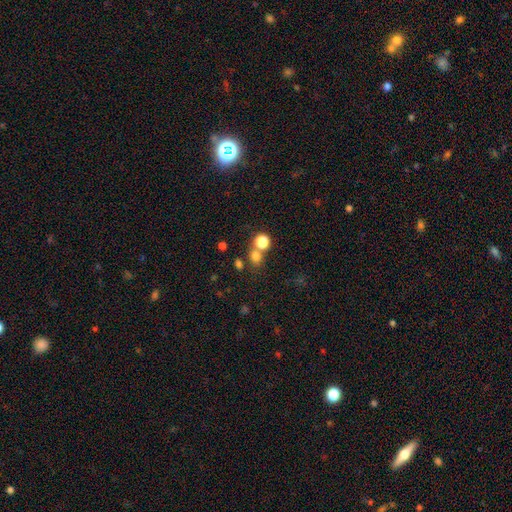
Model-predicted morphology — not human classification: The model was most divided on "merging": none: 59%, merger: 29%, minor disturbance: 8%, major disturbance: 4%. More confident: smooth or featured — smooth (74%); how rounded — round (69%).